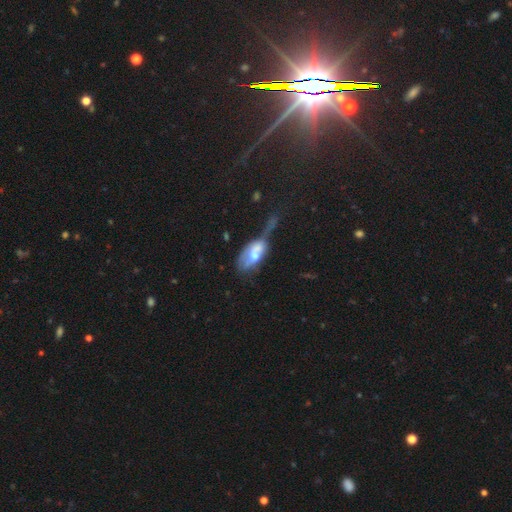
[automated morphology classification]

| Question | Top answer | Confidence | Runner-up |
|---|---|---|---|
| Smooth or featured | smooth | 46% | featured or disk (45%) |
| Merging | major disturbance | 39% | merger (25%) |